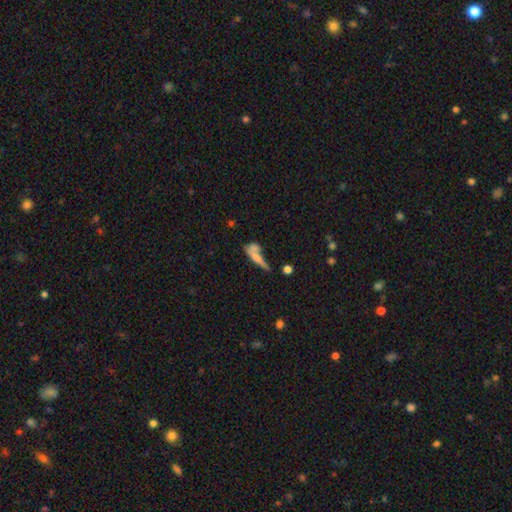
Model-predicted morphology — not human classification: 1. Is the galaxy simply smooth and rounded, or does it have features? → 60% smooth, 30% featured or disk, 11% star or artifact.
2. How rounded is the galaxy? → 66% cigar-shaped, 29% in between, 6% round.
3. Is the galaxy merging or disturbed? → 37% merger, 32% none, 16% minor disturbance, 15% major disturbance.